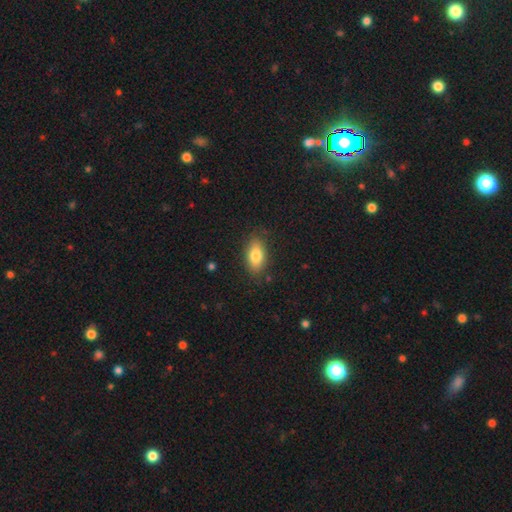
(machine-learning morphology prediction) Smooth or featured: smooth — 81% (featured or disk — 12%)
How rounded: in between — 88% (round — 6%)
Merging: none — 83% (minor disturbance — 13%)